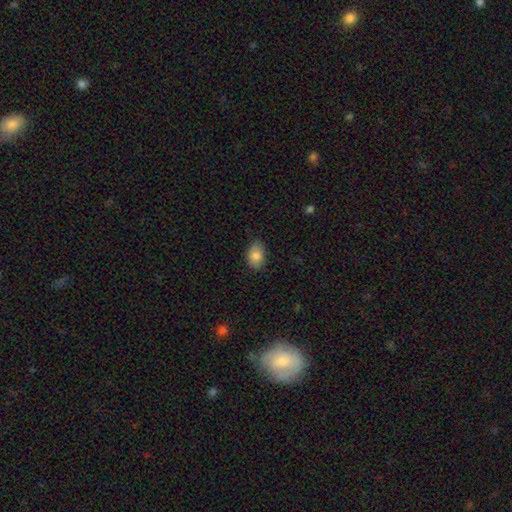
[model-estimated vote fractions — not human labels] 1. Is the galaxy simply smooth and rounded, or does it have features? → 84% smooth, 8% featured or disk, 8% star or artifact.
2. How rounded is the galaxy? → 80% in between, 18% round, 1% cigar-shaped.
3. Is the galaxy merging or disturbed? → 78% none, 18% minor disturbance, 3% major disturbance, 1% merger.